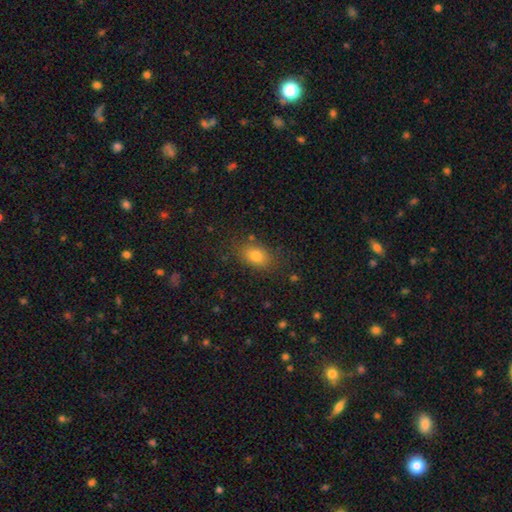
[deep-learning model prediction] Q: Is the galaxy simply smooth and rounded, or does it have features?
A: smooth — 80%.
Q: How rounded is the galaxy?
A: in between — 80%.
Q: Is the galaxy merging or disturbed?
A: none — 80%.